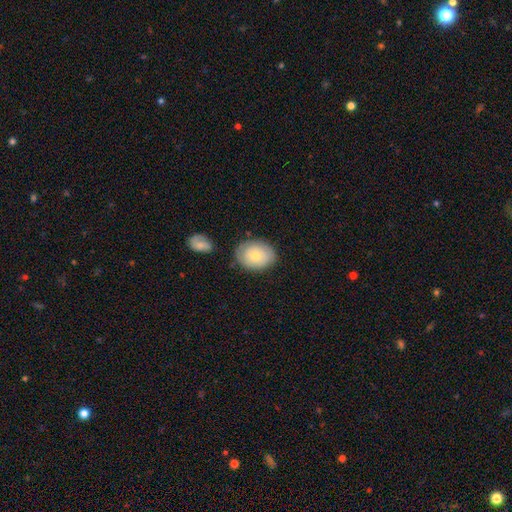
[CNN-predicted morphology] Q: Smooth or featured?
A: smooth (69%); runner-up: featured or disk (25%)
Q: How rounded?
A: in between (59%); runner-up: round (40%)
Q: Merging?
A: none (75%); runner-up: minor disturbance (17%)